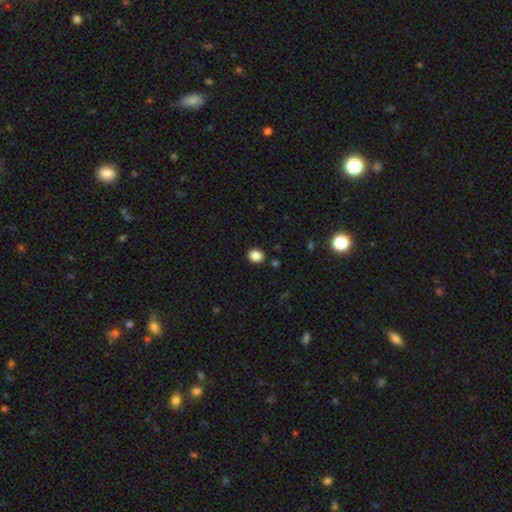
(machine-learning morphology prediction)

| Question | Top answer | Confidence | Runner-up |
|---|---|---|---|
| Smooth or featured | smooth | 87% | star or artifact (10%) |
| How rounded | round | 57% | in between (42%) |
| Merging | none | 89% | minor disturbance (7%) |